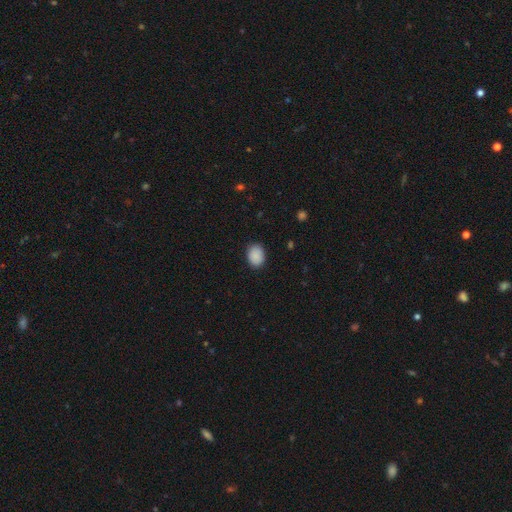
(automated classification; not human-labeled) Smooth or featured? smooth (90%)
How rounded? in between (68%)
Merging? none (87%)